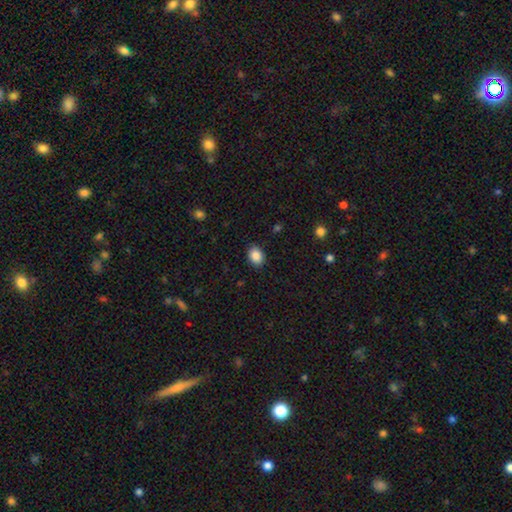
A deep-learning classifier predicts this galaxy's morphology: smooth 88%, star or artifact 9%, featured or disk 4%. Down the decision tree: how rounded — in between (64%); merging — none (87%).